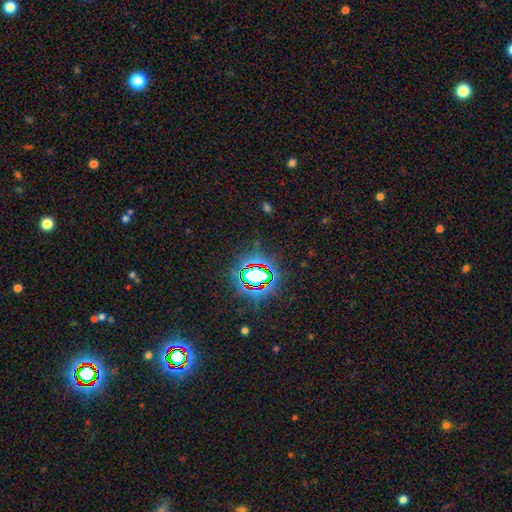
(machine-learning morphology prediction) smooth-or-featured: star or artifact: 82% | smooth: 10% | featured or disk: 7%